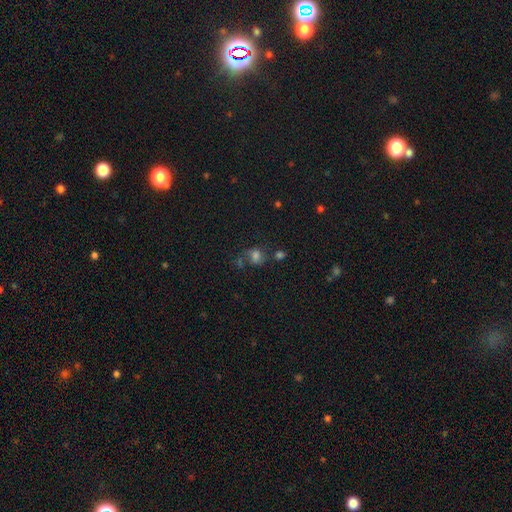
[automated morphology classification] smooth 63%, star or artifact 22%, featured or disk 15%. Down the decision tree: how rounded — round (55%); merging — none (42%).